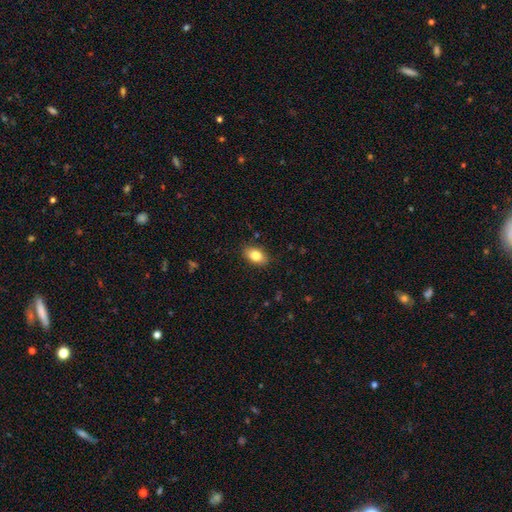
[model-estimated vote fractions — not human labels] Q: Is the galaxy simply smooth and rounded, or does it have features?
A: smooth — 83%.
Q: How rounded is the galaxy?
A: in between — 90%.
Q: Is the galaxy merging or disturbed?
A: none — 87%.